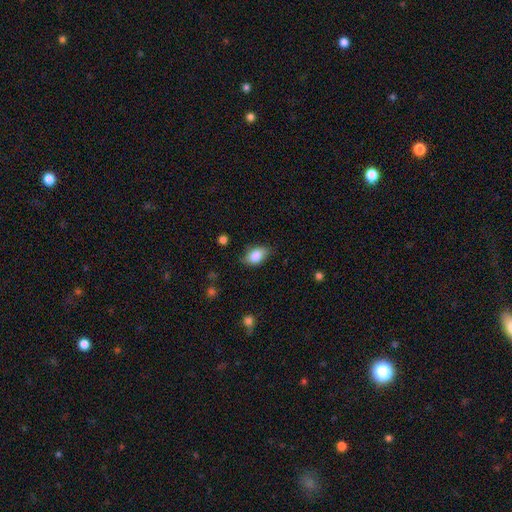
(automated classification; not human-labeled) smooth_or_featured: smooth (p=0.83) [alt: featured or disk p=0.10]
how_rounded: in between (p=0.84) [alt: round p=0.14]
merging: none (p=0.69) [alt: minor disturbance p=0.25]